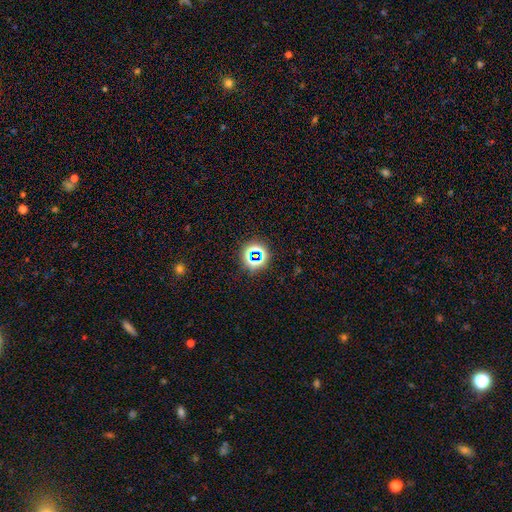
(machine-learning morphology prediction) This is likely a star or artifact rather than a galaxy (69%).